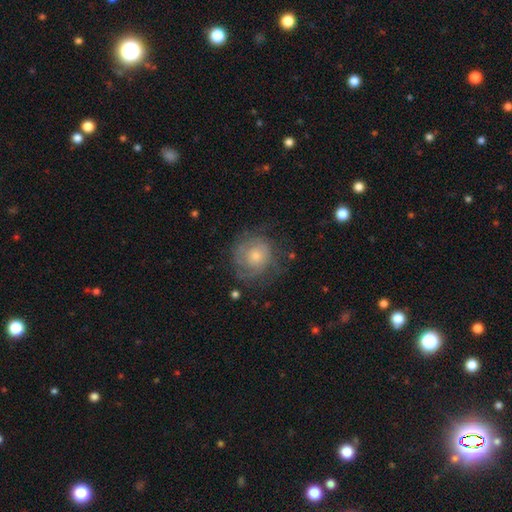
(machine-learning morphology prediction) smooth-or-featured: featured or disk: 59% | smooth: 31% | star or artifact: 9%
  disk-edge-on: no: 97% | yes: 3%
    bar: no: 83% | weak: 15% | strong: 2%
    has-spiral-arms: yes: 79% | no: 21%
    bulge-size: small: 50% | moderate: 43% | large: 4% | none: 2% | dominant: 1%
  merging: none: 69% | minor disturbance: 19% | major disturbance: 11% | merger: 1%